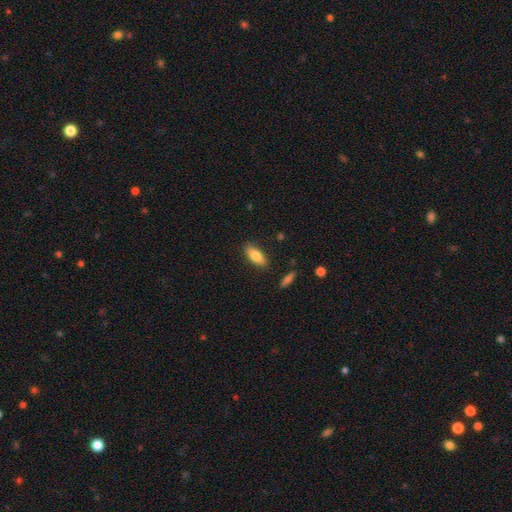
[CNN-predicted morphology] A smooth galaxy with no disk features (81%) that is in between round and cigar-shaped (80%).

Vote fractions:
- Smooth or featured? smooth: 81% / featured or disk: 13% / star or artifact: 7%
- How rounded? in between: 80% / cigar-shaped: 17% / round: 2%
- Merging? none: 85% / minor disturbance: 11% / major disturbance: 2% / merger: 2%